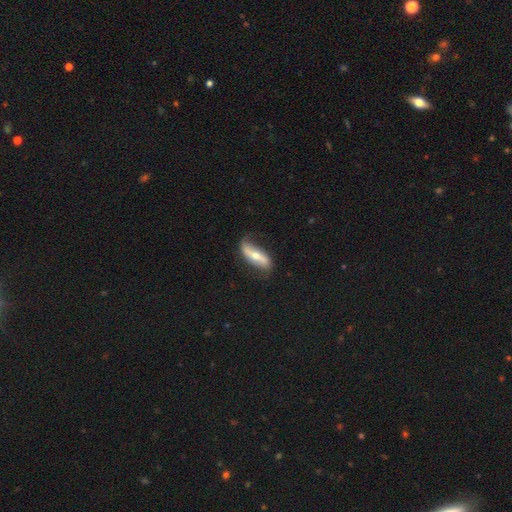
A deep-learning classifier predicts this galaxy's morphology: This is likely a featured or disk galaxy (65%). It is likely not viewed edge-on (75%). Merging: likely none (63%).